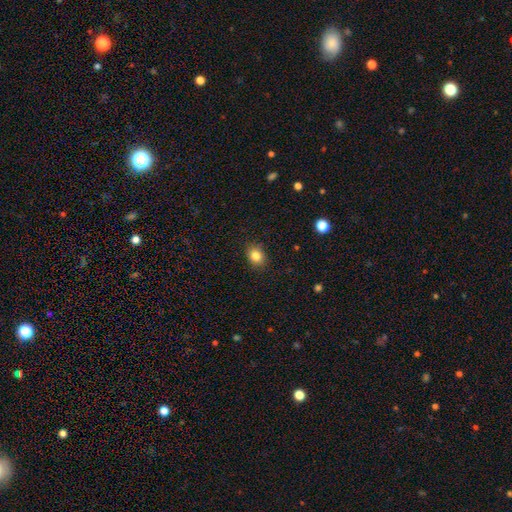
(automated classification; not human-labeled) Smooth or featured? smooth (84%)
How rounded? round (51%)
Merging? none (88%)